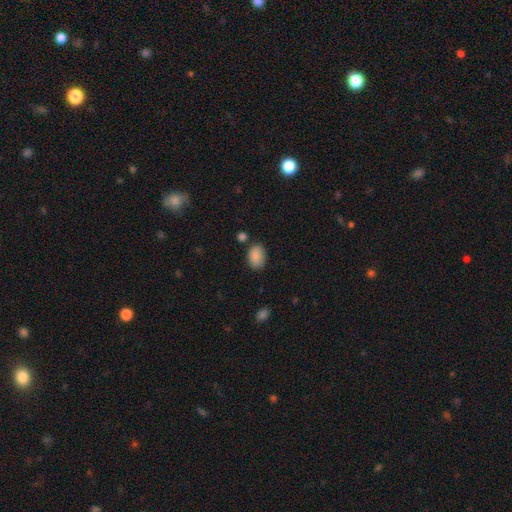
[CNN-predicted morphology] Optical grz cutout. It shows a smooth galaxy with no disk features (88%) that is in between round and cigar-shaped (84%). Merging: none (75%).